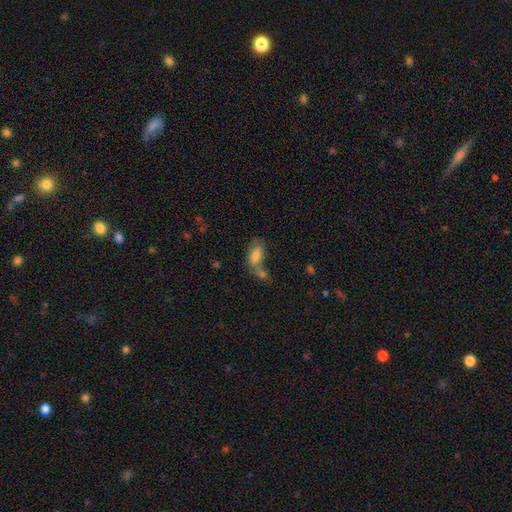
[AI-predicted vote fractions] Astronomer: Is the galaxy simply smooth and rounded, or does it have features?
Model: smooth — 77%.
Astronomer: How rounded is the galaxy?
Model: in between — 89%.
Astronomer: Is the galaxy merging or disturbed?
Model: merger — 45% (runner-up: none, 32%).